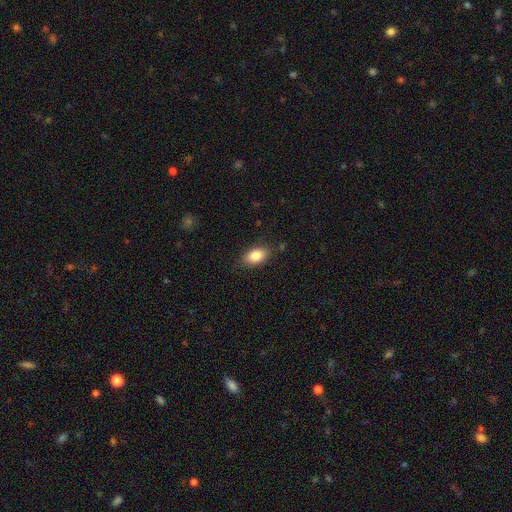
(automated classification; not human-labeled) A smooth galaxy with no disk features (84%) that is in between round and cigar-shaped (90%). Merging: none (83%).